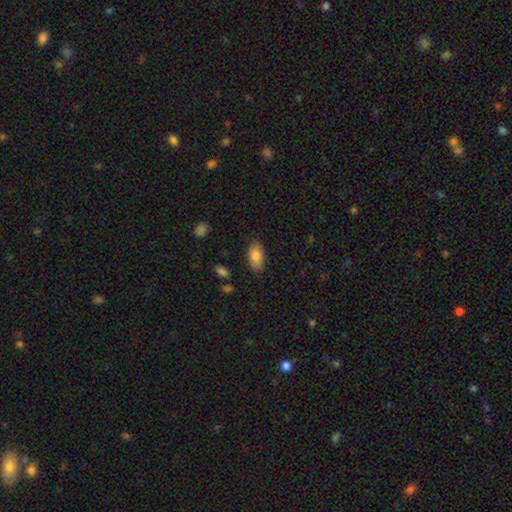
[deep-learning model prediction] Q: Smooth or featured?
A: smooth (83%); runner-up: featured or disk (10%)
Q: How rounded?
A: in between (93%); runner-up: round (4%)
Q: Merging?
A: none (85%); runner-up: minor disturbance (11%)